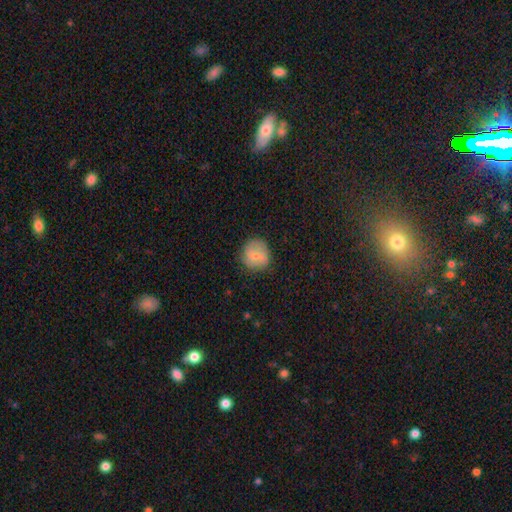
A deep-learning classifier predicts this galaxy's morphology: Smooth or featured? smooth (74%)
How rounded? round (88%)
Merging? none (78%)